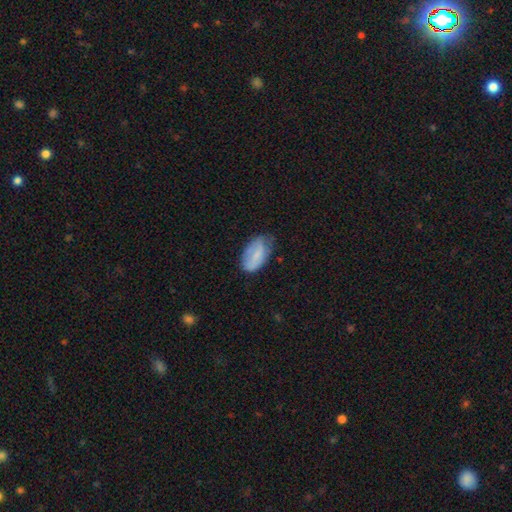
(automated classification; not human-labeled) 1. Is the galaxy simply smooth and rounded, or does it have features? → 71% smooth, 22% featured or disk, 7% star or artifact.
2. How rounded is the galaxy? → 94% in between, 4% round, 2% cigar-shaped.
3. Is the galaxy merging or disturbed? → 53% none, 35% minor disturbance, 10% major disturbance, 2% merger.